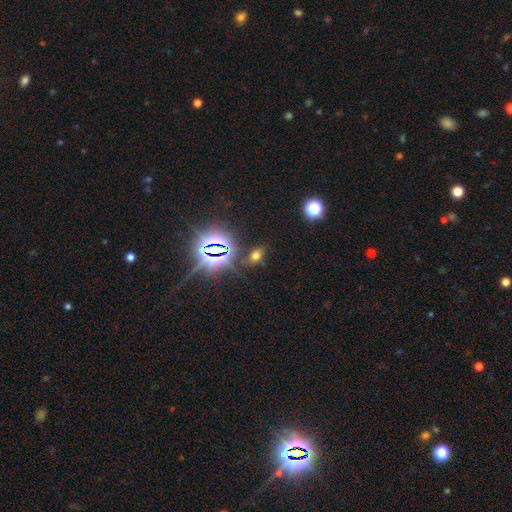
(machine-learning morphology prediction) This appears to be a smooth galaxy with no disk features (49%). Merging: none (76%).